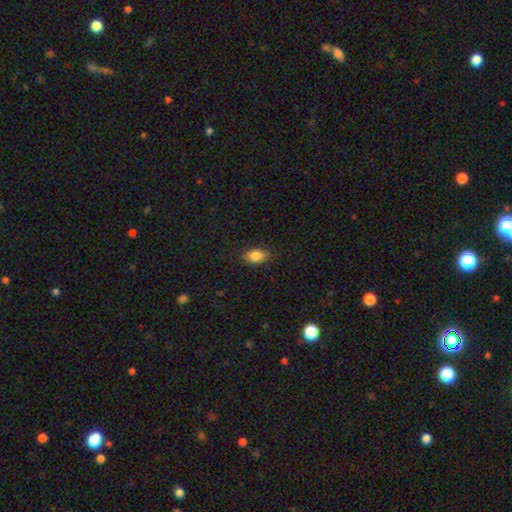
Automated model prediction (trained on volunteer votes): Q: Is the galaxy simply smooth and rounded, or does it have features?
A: smooth — 85%.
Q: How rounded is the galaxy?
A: in between — 82%.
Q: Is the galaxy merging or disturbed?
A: none — 85%.